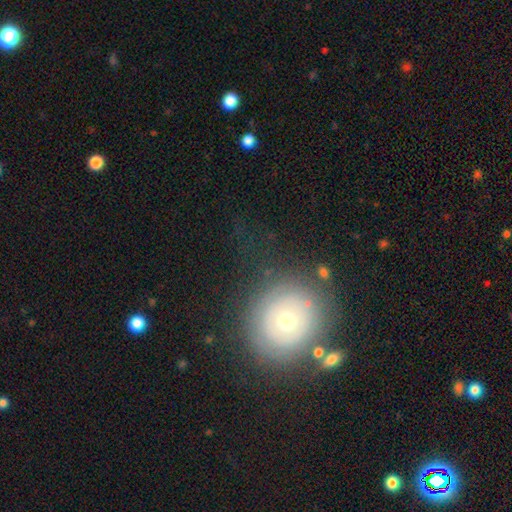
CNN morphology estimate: The model was most divided on "smooth or featured": featured or disk: 52%, smooth: 33%, star or artifact: 14%. More confident: edge-on disk — no (94%); merging — none (73%).